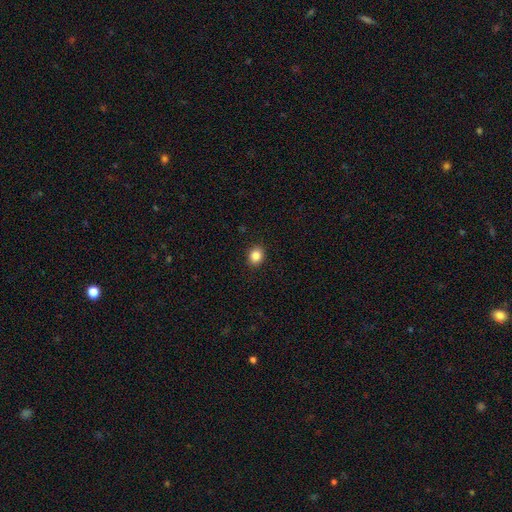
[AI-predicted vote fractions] A smooth galaxy with no disk features (86%) that is round (60%).

Vote fractions:
- Smooth or featured? smooth: 86% / star or artifact: 10% / featured or disk: 4%
- How rounded? round: 60% / in between: 39% / cigar-shaped: 1%
- Merging? none: 91% / minor disturbance: 6% / major disturbance: 2% / merger: 1%